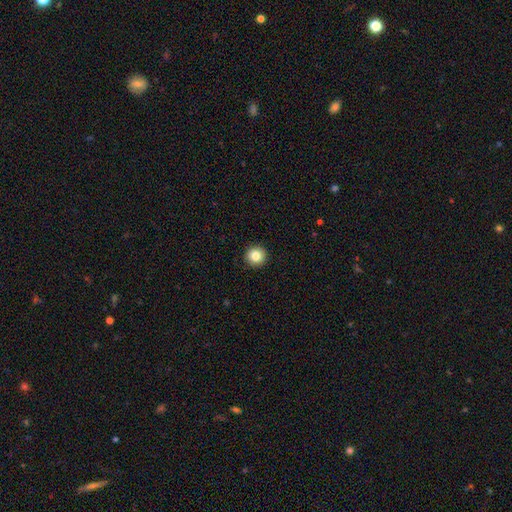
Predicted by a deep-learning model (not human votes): smooth 84%, star or artifact 10%, featured or disk 6%. Down the decision tree: how rounded — round (94%); merging — none (93%).